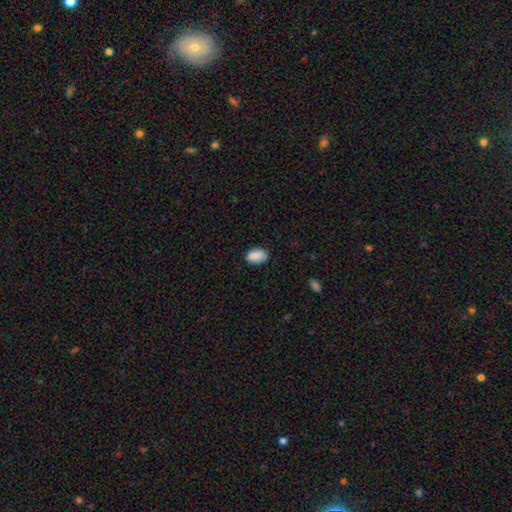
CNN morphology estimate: smooth-or-featured: smooth: 89% | star or artifact: 7% | featured or disk: 4%
  how-rounded: in between: 91% | round: 8% | cigar-shaped: 2%
  merging: none: 80% | minor disturbance: 16% | major disturbance: 3% | merger: 1%